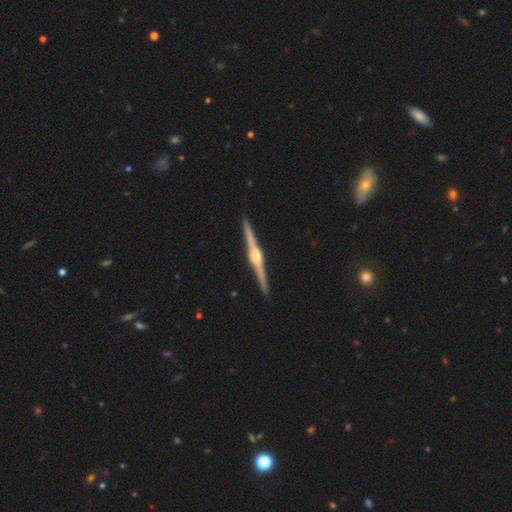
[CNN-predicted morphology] smooth_or_featured: featured or disk (p=0.88) [alt: smooth p=0.07]
disk_edge_on: yes (p=0.99) [alt: no p=0.01]
edge_on_bulge: rounded (p=0.92) [alt: boxy p=0.06]
merging: none (p=0.93) [alt: minor disturbance p=0.05]